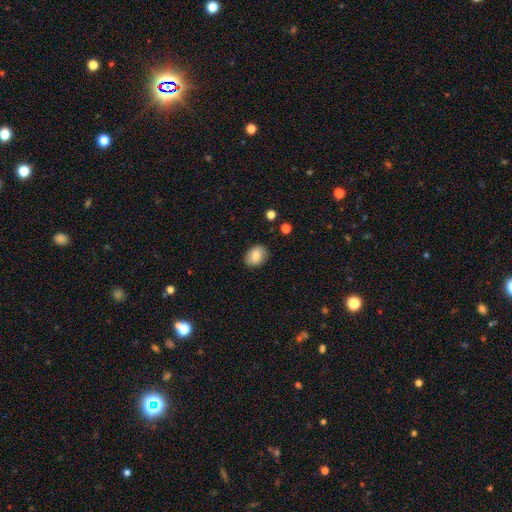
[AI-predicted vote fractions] The model was most divided on "how rounded": in between: 70%, round: 29%, cigar-shaped: 1%. More confident: merging — none (85%); smooth or featured — smooth (83%).